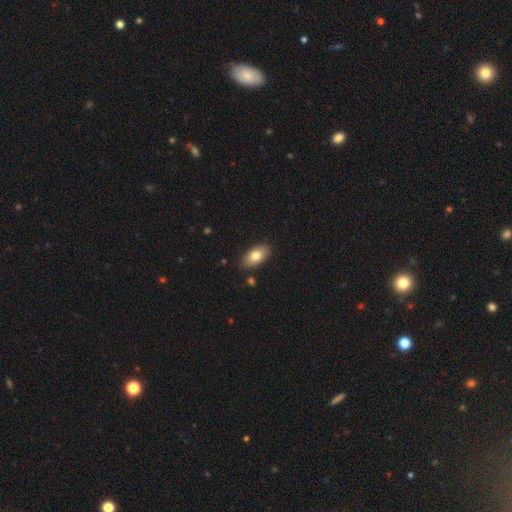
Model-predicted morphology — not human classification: smooth_or_featured: smooth (p=0.78) [alt: featured or disk p=0.15]
how_rounded: in between (p=0.92) [alt: round p=0.04]
merging: none (p=0.86) [alt: minor disturbance p=0.10]